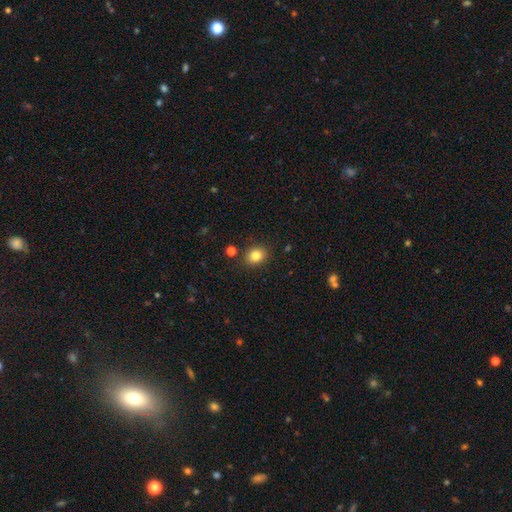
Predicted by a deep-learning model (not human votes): smooth-or-featured: smooth: 82% | star or artifact: 11% | featured or disk: 6%
  how-rounded: round: 65% | in between: 34% | cigar-shaped: 1%
  merging: none: 86% | minor disturbance: 8% | merger: 3% | major disturbance: 2%